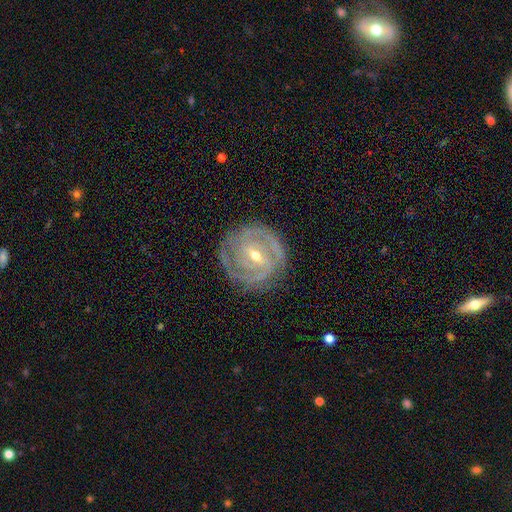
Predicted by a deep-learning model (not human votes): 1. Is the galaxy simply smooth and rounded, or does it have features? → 88% featured or disk, 8% smooth, 5% star or artifact.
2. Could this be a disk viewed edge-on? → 97% no, 3% yes.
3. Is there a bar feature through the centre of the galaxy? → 46% weak, 33% strong, 20% no.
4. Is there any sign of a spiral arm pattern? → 95% yes, 5% no.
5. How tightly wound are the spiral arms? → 76% tight, 20% medium, 4% loose.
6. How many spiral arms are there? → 42% 2, 21% 3, 21% can't tell, 6% 4, 5% 1, 4% more than 4.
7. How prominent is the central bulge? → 53% moderate, 44% small, 1% large, 1% none, 1% dominant.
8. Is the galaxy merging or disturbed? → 80% none, 14% minor disturbance, 5% major disturbance, 1% merger.